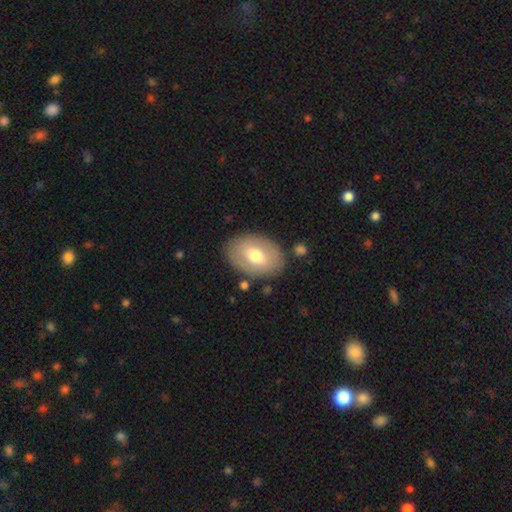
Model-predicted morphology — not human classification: type=smooth (56%); roundness=in between (81%); merging=none (81%).